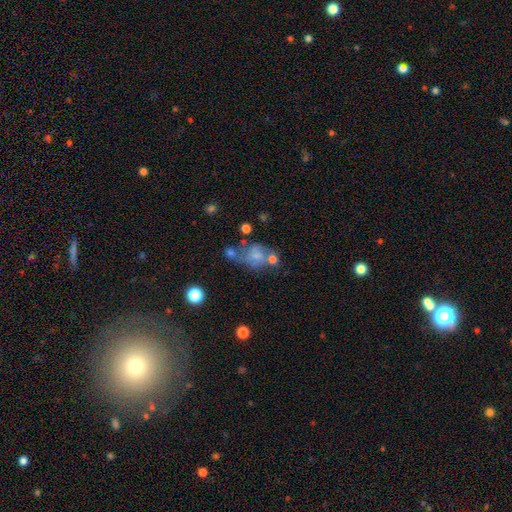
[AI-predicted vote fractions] Smooth or featured?
  - smooth: 57% *
  - featured or disk: 31%
  - star or artifact: 12%
How rounded?
  - round: 53% *
  - in between: 46%
  - cigar-shaped: 1%
Merging?
  - merger: 32% *
  - none: 31%
  - minor disturbance: 19%
  - major disturbance: 18%